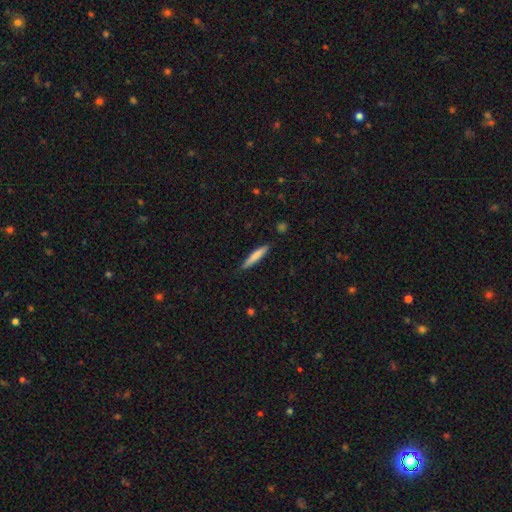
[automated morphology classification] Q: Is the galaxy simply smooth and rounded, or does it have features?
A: smooth — 76%.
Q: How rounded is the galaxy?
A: cigar-shaped — 91%.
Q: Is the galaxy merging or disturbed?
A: none — 84%.